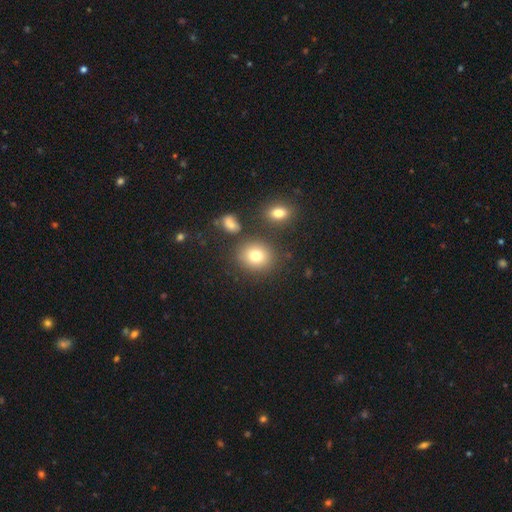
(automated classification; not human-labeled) A smooth galaxy with no disk features (78%) that is round (72%). Merging: none (80%).